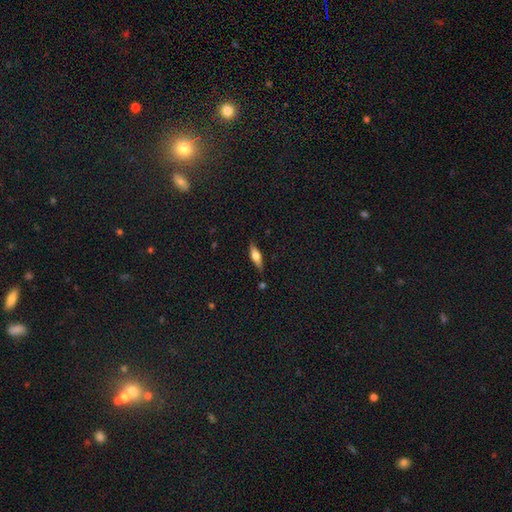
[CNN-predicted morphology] smooth_or_featured: featured or disk (p=0.47) [alt: smooth p=0.46]
merging: none (p=0.80) [alt: minor disturbance p=0.14]